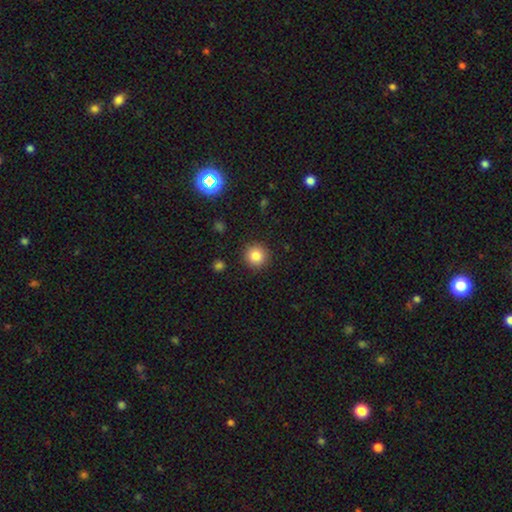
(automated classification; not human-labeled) smooth_or_featured: smooth (p=0.84) [alt: star or artifact p=0.11]
how_rounded: round (p=0.95) [alt: in between p=0.04]
merging: none (p=0.91) [alt: minor disturbance p=0.06]